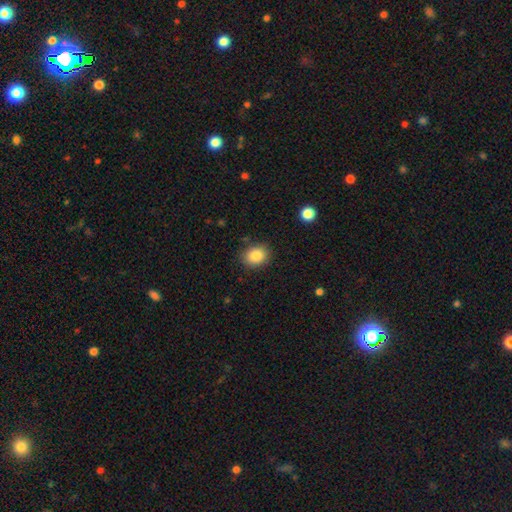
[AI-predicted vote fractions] smooth 85%, star or artifact 9%, featured or disk 6%. Down the decision tree: how rounded — round (50%); merging — none (85%).